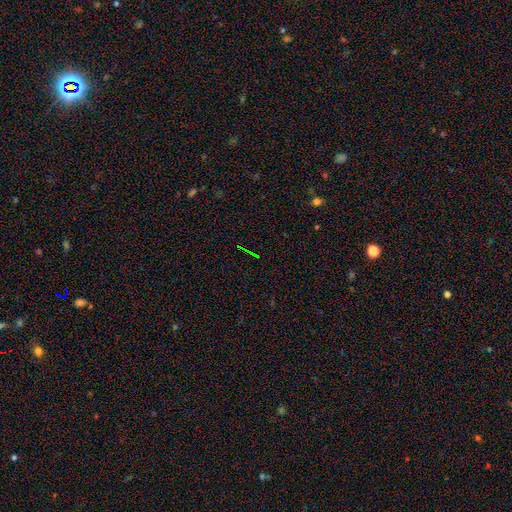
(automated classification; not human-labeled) Q: Smooth or featured?
A: star or artifact (73%); runner-up: smooth (14%)